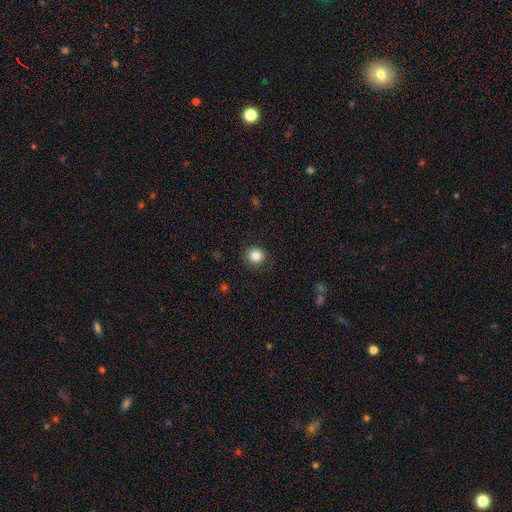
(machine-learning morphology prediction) The model was most divided on "smooth or featured": smooth: 85%, star or artifact: 11%, featured or disk: 4%. More confident: how rounded — round (91%); merging — none (88%).